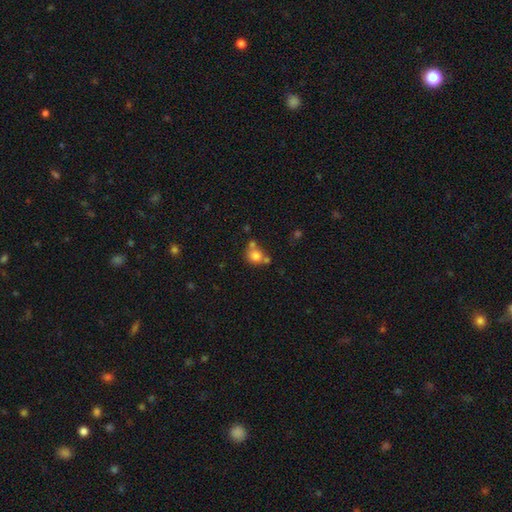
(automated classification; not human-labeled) Overall: smooth (77%). How rounded: round (75%). Merging: none (47%; merger 34%).